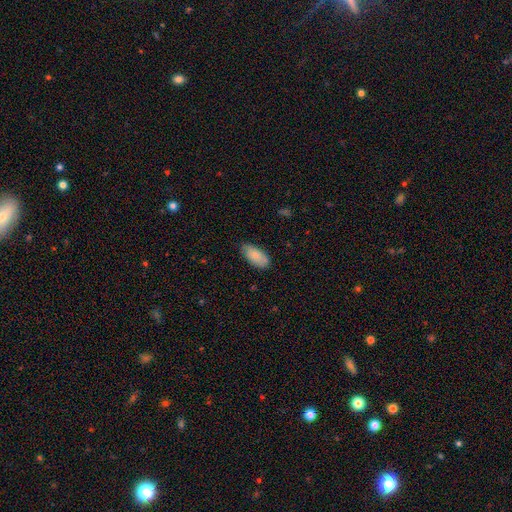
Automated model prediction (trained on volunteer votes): Q: Smooth or featured?
A: smooth (84%); runner-up: featured or disk (9%)
Q: How rounded?
A: in between (92%); runner-up: cigar-shaped (6%)
Q: Merging?
A: none (78%); runner-up: minor disturbance (18%)